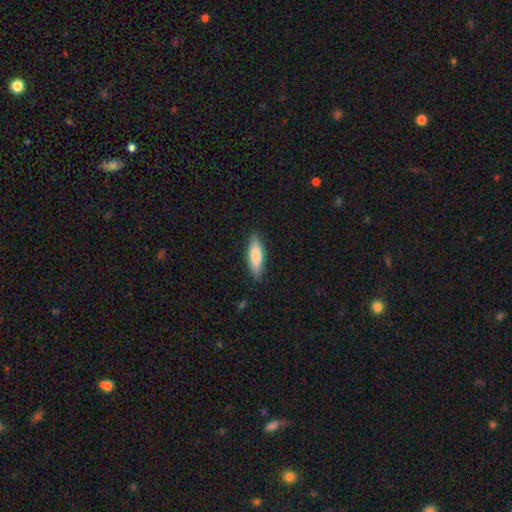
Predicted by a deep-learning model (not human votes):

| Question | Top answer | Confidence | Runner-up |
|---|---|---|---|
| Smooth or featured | smooth | 79% | featured or disk (16%) |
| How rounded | cigar-shaped | 52% | in between (47%) |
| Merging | none | 86% | minor disturbance (11%) |